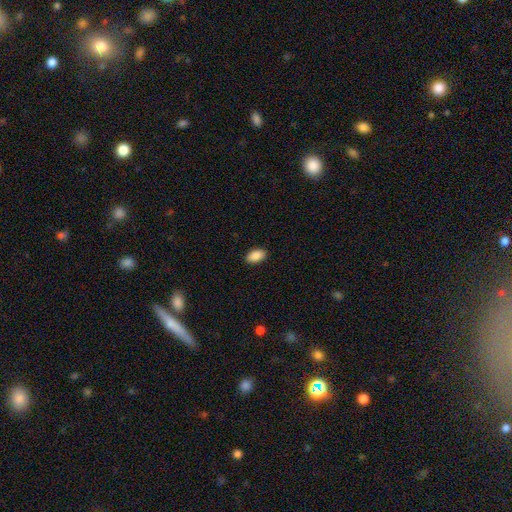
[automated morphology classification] type=smooth (90%); roundness=in between (94%); merging=none (89%).